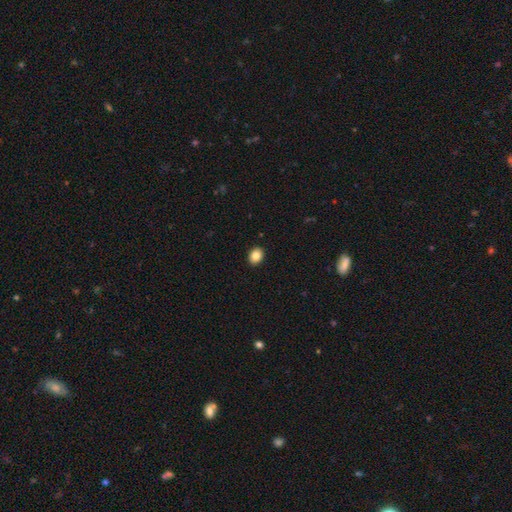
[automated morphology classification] Smooth or featured?
  - smooth: 85% *
  - star or artifact: 9%
  - featured or disk: 6%
How rounded?
  - in between: 53% *
  - round: 46%
  - cigar-shaped: 1%
Merging?
  - none: 92% *
  - minor disturbance: 6%
  - major disturbance: 2%
  - merger: 1%